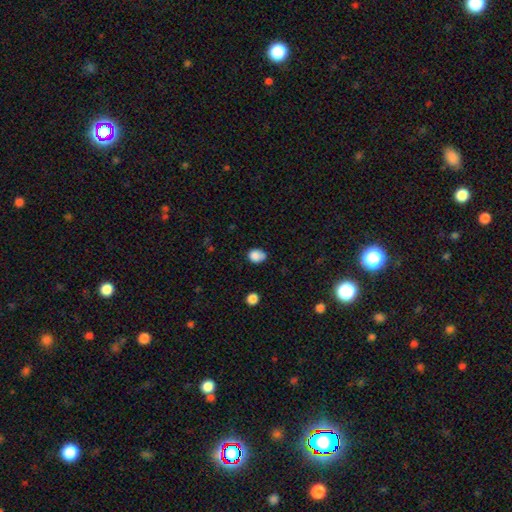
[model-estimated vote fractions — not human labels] smooth 83%, star or artifact 10%, featured or disk 6%. Down the decision tree: how rounded — round (58%); merging — none (55%).